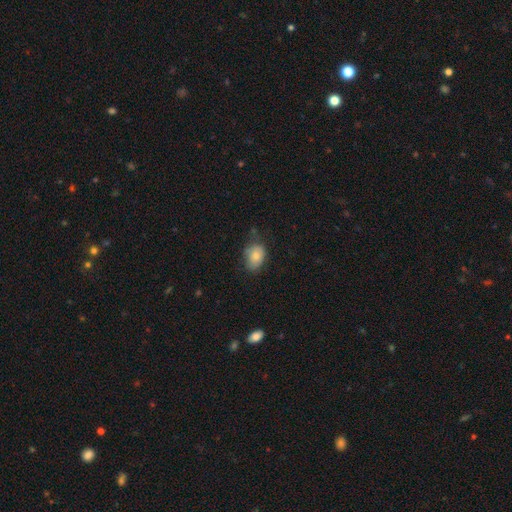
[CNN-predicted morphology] Q: Smooth or featured?
A: smooth (81%); runner-up: featured or disk (11%)
Q: How rounded?
A: in between (77%); runner-up: round (22%)
Q: Merging?
A: none (60%); runner-up: minor disturbance (30%)